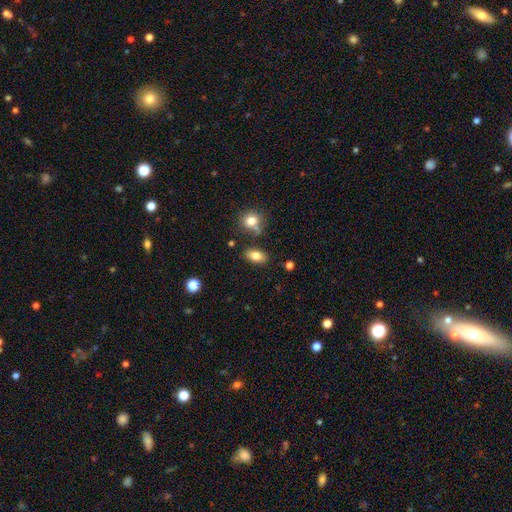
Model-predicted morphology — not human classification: Smooth or featured?
  - smooth: 81% *
  - featured or disk: 10%
  - star or artifact: 9%
How rounded?
  - in between: 89% *
  - round: 9%
  - cigar-shaped: 3%
Merging?
  - none: 79% *
  - minor disturbance: 11%
  - merger: 6%
  - major disturbance: 3%